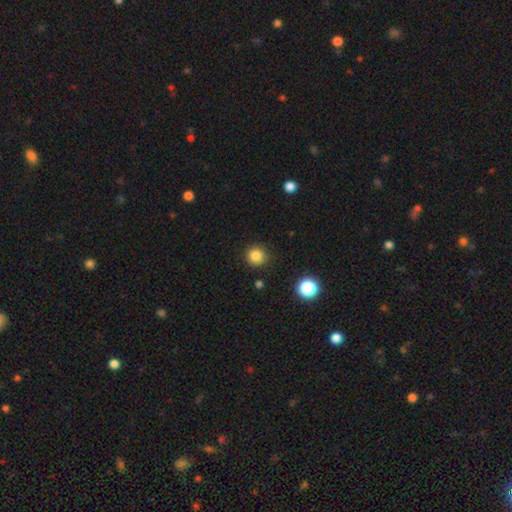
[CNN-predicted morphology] type=smooth (84%); roundness=round (93%); merging=none (88%).